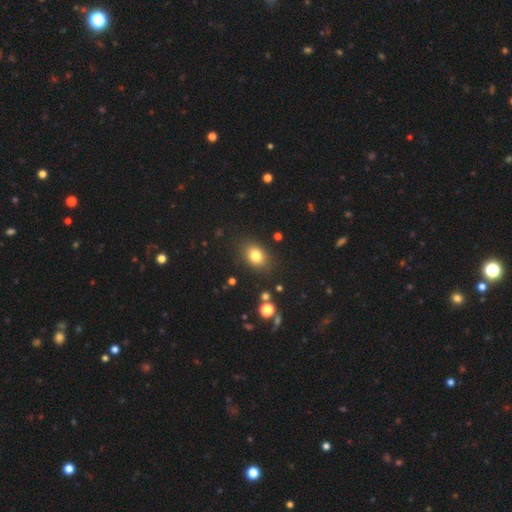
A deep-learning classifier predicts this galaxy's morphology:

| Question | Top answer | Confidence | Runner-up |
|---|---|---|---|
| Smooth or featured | smooth | 80% | star or artifact (12%) |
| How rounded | in between | 67% | round (32%) |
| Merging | none | 85% | minor disturbance (10%) |